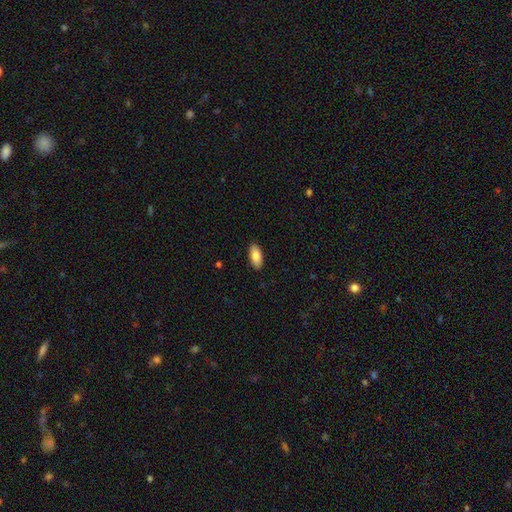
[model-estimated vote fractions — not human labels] smooth-or-featured: smooth: 84% | featured or disk: 10% | star or artifact: 6%
  how-rounded: in between: 90% | cigar-shaped: 8% | round: 2%
  merging: none: 90% | minor disturbance: 8% | major disturbance: 2% | merger: 1%